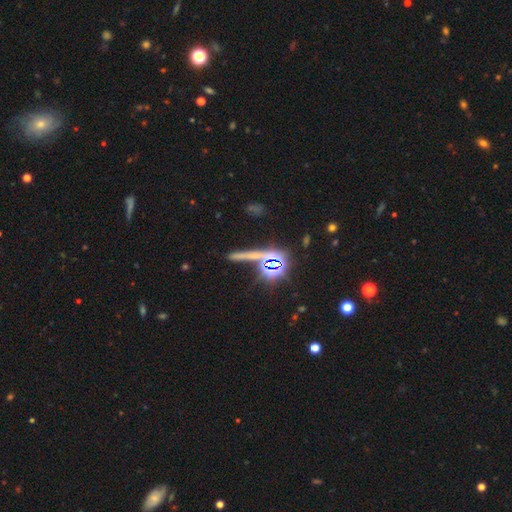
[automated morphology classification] A star or artifact, not a galaxy (51%).

Vote fractions:
- Smooth or featured? star or artifact: 51% / smooth: 27% / featured or disk: 22%